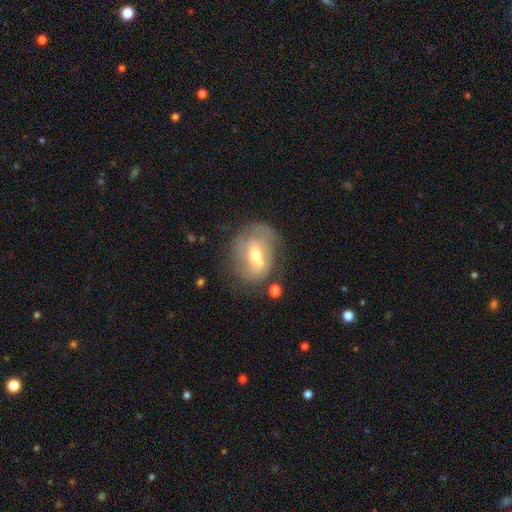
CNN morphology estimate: The model was most divided on "bar": weak: 47%, strong: 27%, no: 26%. More confident: edge-on disk — no (95%); spiral arms — yes (70%); bulge size — moderate (66%); smooth or featured — featured or disk (65%); merging — none (61%).